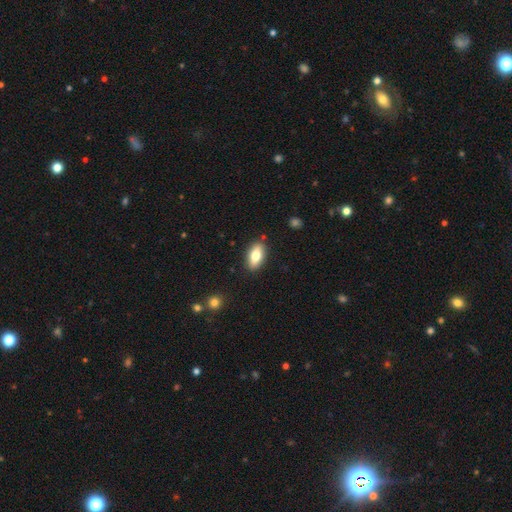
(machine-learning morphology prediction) Smooth or featured? smooth (75%)
How rounded? in between (87%)
Merging? none (87%)